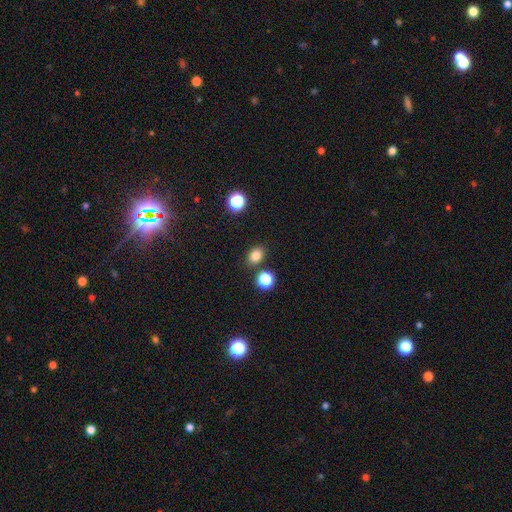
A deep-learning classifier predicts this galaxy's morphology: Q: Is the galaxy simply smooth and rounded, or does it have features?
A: smooth — 81%.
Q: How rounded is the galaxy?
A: in between — 59%.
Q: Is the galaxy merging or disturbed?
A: none — 80%.